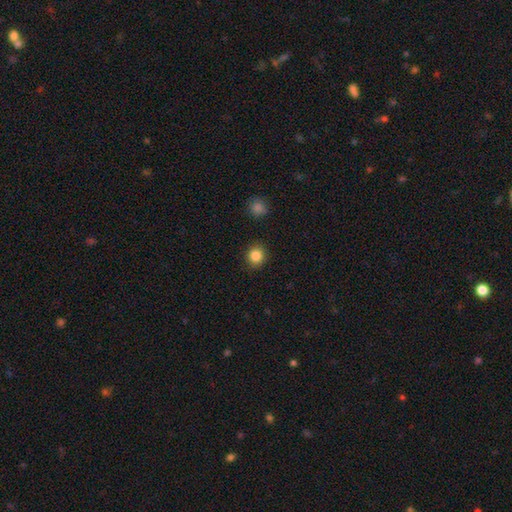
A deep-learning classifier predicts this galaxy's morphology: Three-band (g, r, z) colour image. It shows a smooth galaxy with no disk features (85%) that is round (87%). Merging: none (90%).